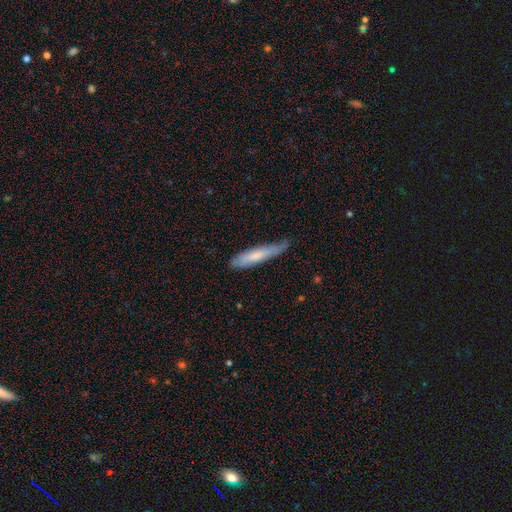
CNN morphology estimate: Smooth or featured?
  - smooth: 67% *
  - featured or disk: 27%
  - star or artifact: 6%
How rounded?
  - cigar-shaped: 84% *
  - in between: 15%
  - round: 1%
Merging?
  - none: 61% *
  - minor disturbance: 31%
  - major disturbance: 6%
  - merger: 2%